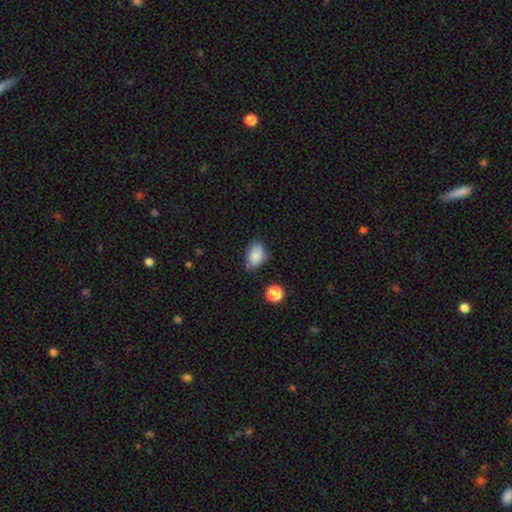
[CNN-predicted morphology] Smooth or featured? Predicted: smooth (p=0.86). How rounded? Predicted: in between (p=0.83). Merging? Predicted: none (p=0.67).